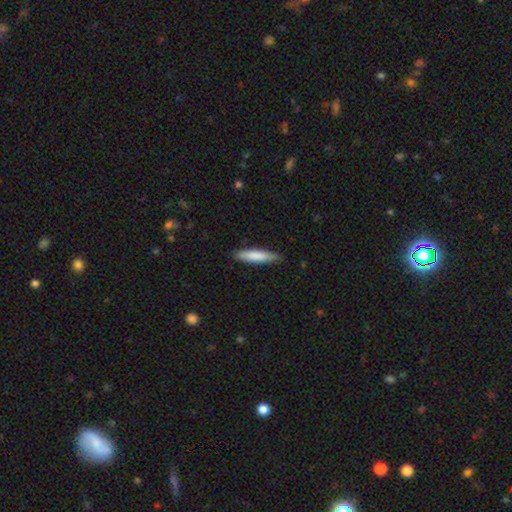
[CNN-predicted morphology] Smooth or featured?
  - smooth: 80% *
  - featured or disk: 15%
  - star or artifact: 5%
How rounded?
  - cigar-shaped: 85% *
  - in between: 14%
  - round: 1%
Merging?
  - none: 86% *
  - minor disturbance: 11%
  - major disturbance: 2%
  - merger: 1%